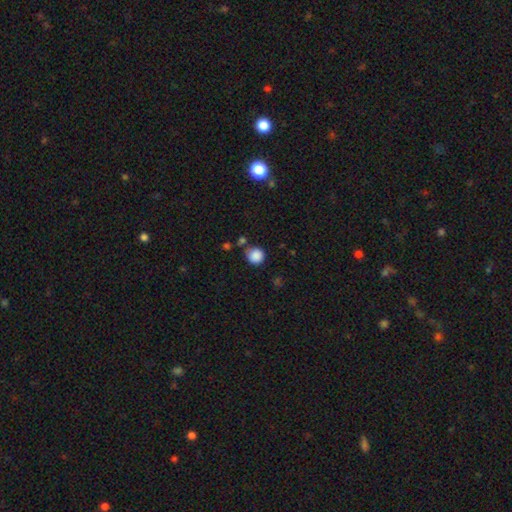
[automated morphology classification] Overall: smooth (87%). How rounded: round (92%). Merging: none (76%).